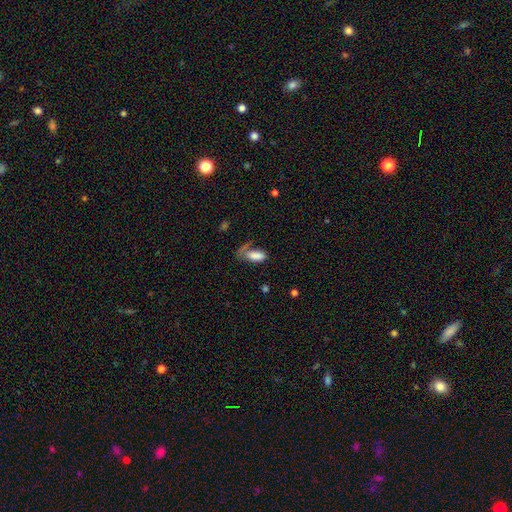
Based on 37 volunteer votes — Smooth or featured? smooth (92%)
How rounded? in between (91%)
Merging? none (51%)